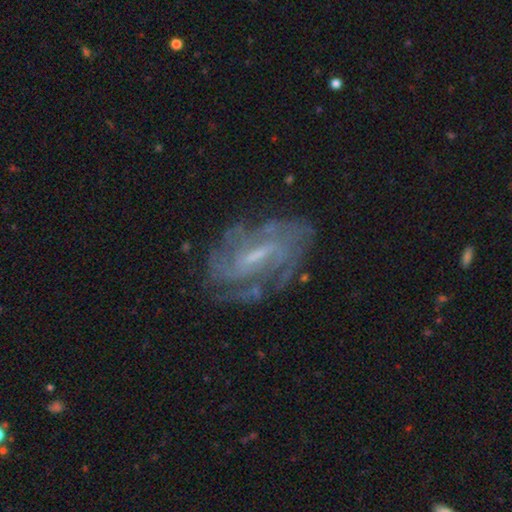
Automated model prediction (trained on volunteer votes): smooth-or-featured: featured or disk: 85% | smooth: 8% | star or artifact: 7%
  disk-edge-on: no: 95% | yes: 5%
    bar: weak: 51% | strong: 33% | no: 15%
    has-spiral-arms: yes: 92% | no: 8%
      spiral-winding: tight: 50% | medium: 39% | loose: 11%
      spiral-arm-count: can't tell: 37% | 2: 23% | 3: 18% | 4: 12% | more than 4: 5% | 1: 5%
    bulge-size: small: 53% | moderate: 29% | none: 15% | large: 2% | dominant: 1%
  merging: none: 68% | minor disturbance: 19% | major disturbance: 11% | merger: 2%